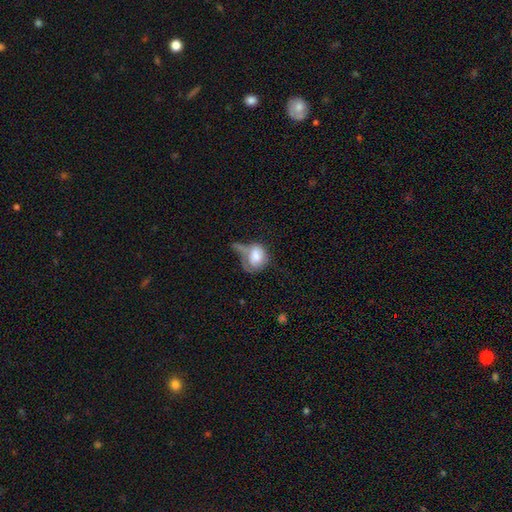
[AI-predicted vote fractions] smooth 68%, featured or disk 24%, star or artifact 7%. Down the decision tree: how rounded — in between (58%); merging — major disturbance (36%).